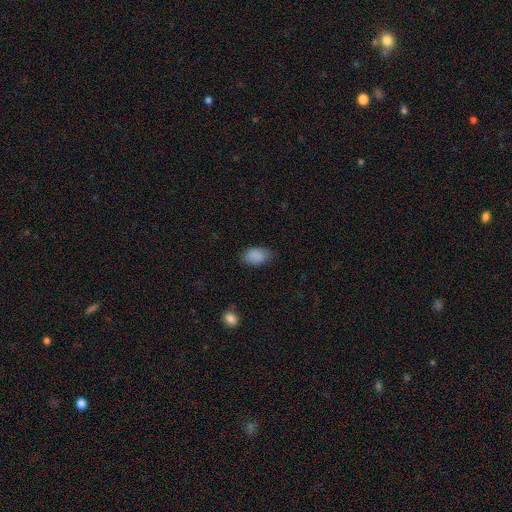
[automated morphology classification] smooth_or_featured: smooth (p=0.87) [alt: star or artifact p=0.09]
how_rounded: in between (p=0.85) [alt: round p=0.13]
merging: none (p=0.75) [alt: minor disturbance p=0.20]